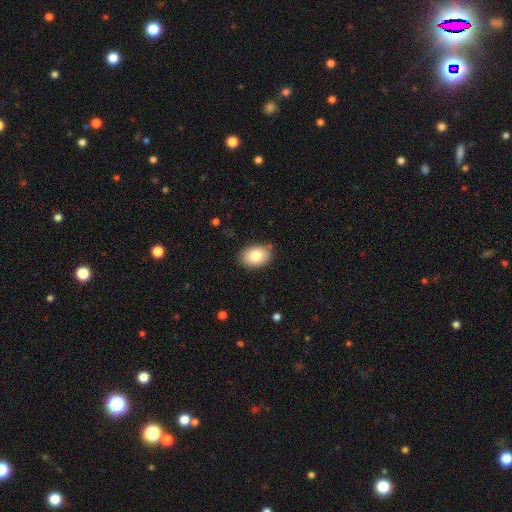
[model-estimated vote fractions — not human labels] smooth-or-featured: smooth: 81% | featured or disk: 12% | star or artifact: 8%
  how-rounded: in between: 76% | round: 23% | cigar-shaped: 1%
  merging: none: 82% | minor disturbance: 14% | major disturbance: 3% | merger: 2%